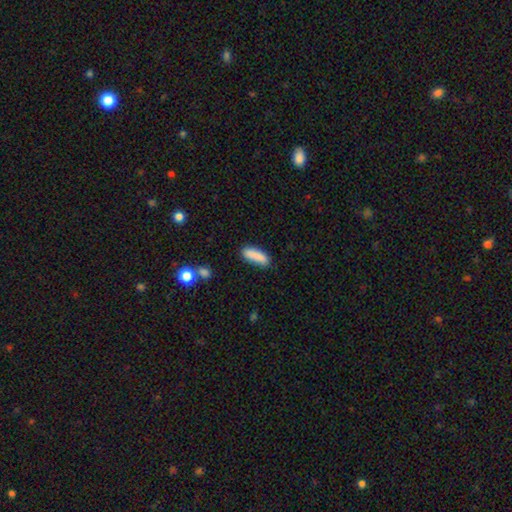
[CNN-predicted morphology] Overall: smooth (87%). How rounded: cigar-shaped (50%; in between 49%). Merging: none (77%).